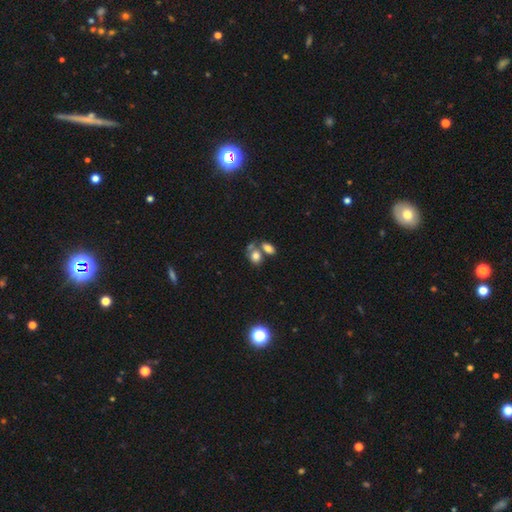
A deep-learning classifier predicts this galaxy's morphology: Smooth or featured? smooth (77%)
How rounded? in between (67%)
Merging? merger (46%)